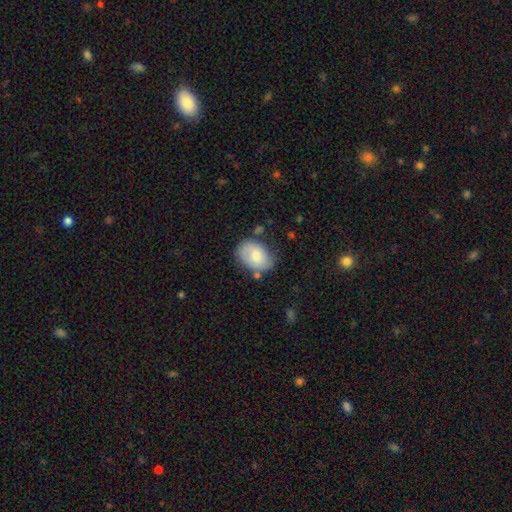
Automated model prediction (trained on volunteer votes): Smooth or featured? smooth (71%)
How rounded? in between (75%)
Merging? none (64%)